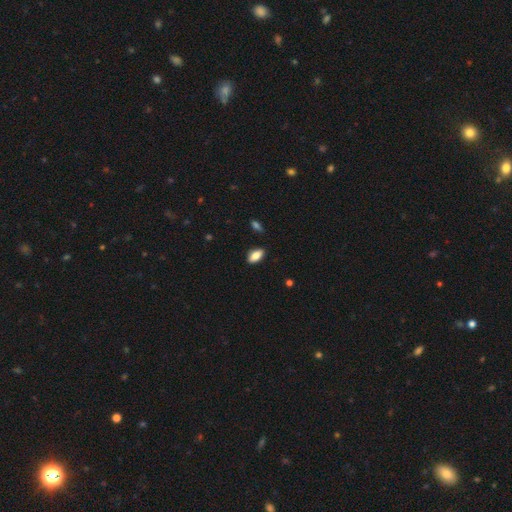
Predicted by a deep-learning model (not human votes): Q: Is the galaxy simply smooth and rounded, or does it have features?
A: smooth — 81%.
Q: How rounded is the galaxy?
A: in between — 89%.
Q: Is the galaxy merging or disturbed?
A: none — 86%.